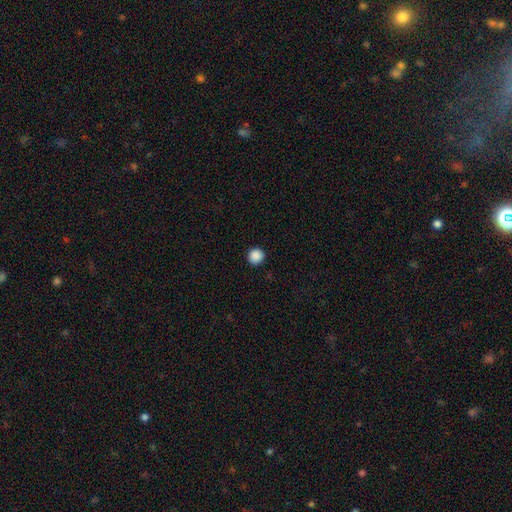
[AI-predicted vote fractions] smooth_or_featured: smooth (p=0.89) [alt: star or artifact p=0.09]
how_rounded: round (p=0.94) [alt: in between p=0.05]
merging: none (p=0.92) [alt: minor disturbance p=0.05]